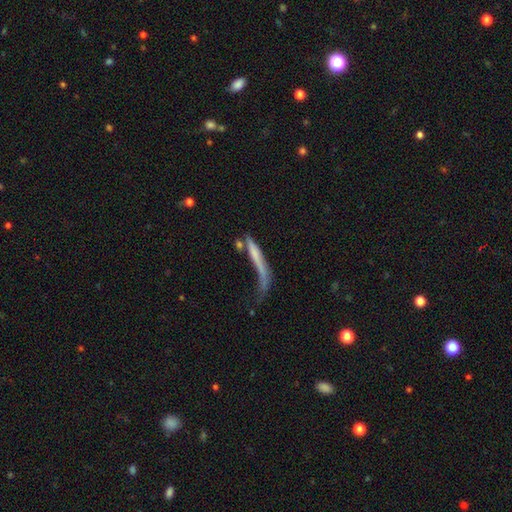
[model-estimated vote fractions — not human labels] Overall: smooth (51%; featured or disk 39%). How rounded: cigar-shaped (90%). Merging: major disturbance (36%; none 28%).